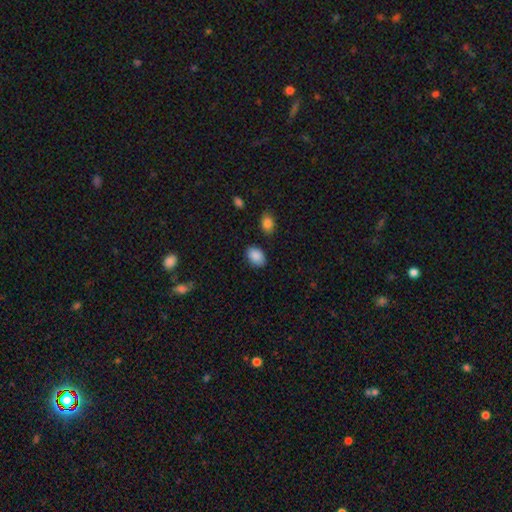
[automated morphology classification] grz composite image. It shows a smooth galaxy with no disk features (89%) that is in between round and cigar-shaped (80%). Merging: none (83%).